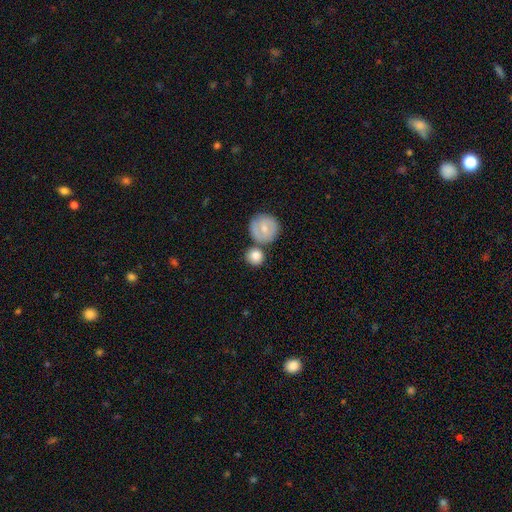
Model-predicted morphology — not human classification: smooth 80%, featured or disk 13%, star or artifact 7%. Down the decision tree: how rounded — round (89%); merging — none (66%).